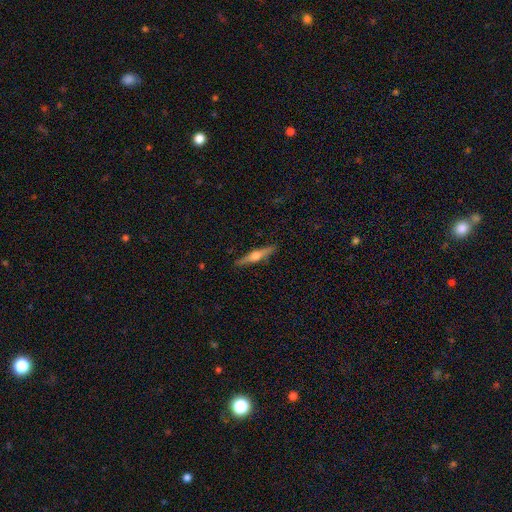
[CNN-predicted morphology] This appears to be a featured or disk galaxy (70%) viewed edge-on (98%) with a rounded central bulge (88%). Merging: none (90%).